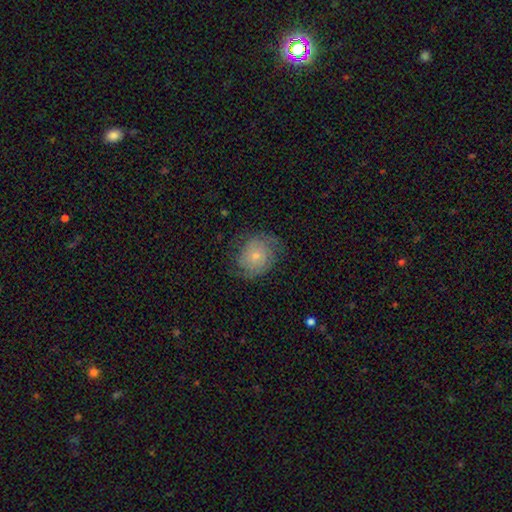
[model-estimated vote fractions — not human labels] Q: Smooth or featured?
A: featured or disk (54%); runner-up: smooth (38%)
Q: Edge-on disk?
A: no (97%); runner-up: yes (3%)
Q: Bar?
A: no (79%); runner-up: weak (18%)
Q: Spiral arms?
A: yes (83%); runner-up: no (17%)
Q: Bulge size?
A: small (69%); runner-up: moderate (25%)
Q: Merging?
A: none (67%); runner-up: minor disturbance (21%)